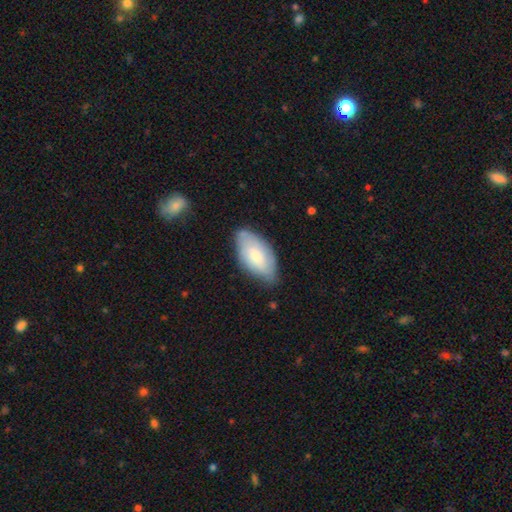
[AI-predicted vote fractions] smooth-or-featured: smooth: 66% | featured or disk: 29% | star or artifact: 6%
  how-rounded: in between: 94% | cigar-shaped: 4% | round: 2%
  merging: none: 65% | minor disturbance: 28% | major disturbance: 5% | merger: 2%